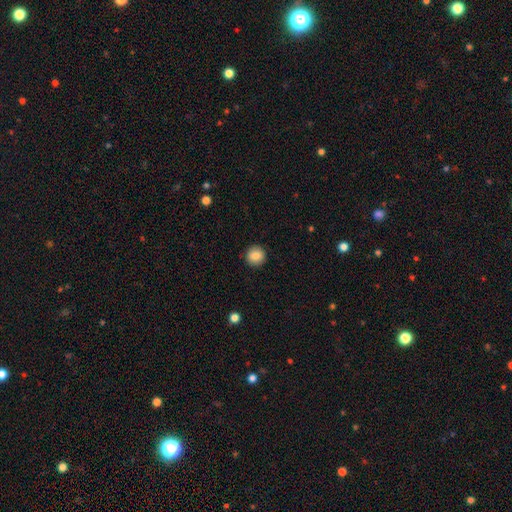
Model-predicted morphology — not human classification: type=smooth (84%); roundness=round (94%); merging=none (92%).